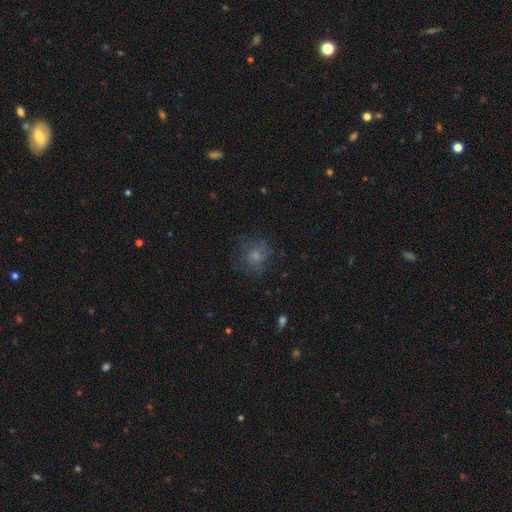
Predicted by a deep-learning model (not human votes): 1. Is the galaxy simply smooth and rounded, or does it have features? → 62% smooth, 23% featured or disk, 15% star or artifact.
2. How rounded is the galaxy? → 78% round, 21% in between, 1% cigar-shaped.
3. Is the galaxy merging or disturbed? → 64% none, 20% minor disturbance, 15% major disturbance, 1% merger.